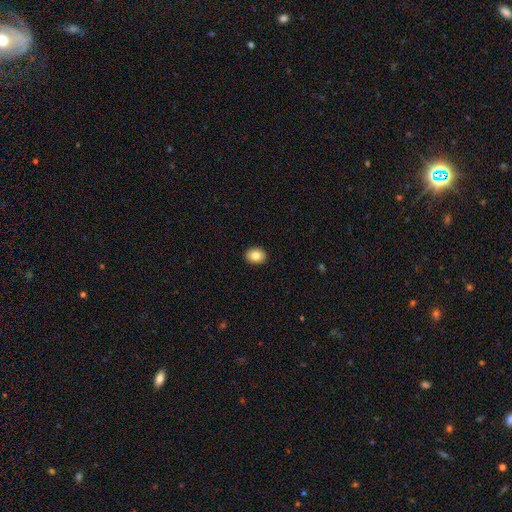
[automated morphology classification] Smooth or featured? Predicted: smooth (p=0.82). How rounded? Predicted: in between (p=0.59). Merging? Predicted: none (p=0.91).